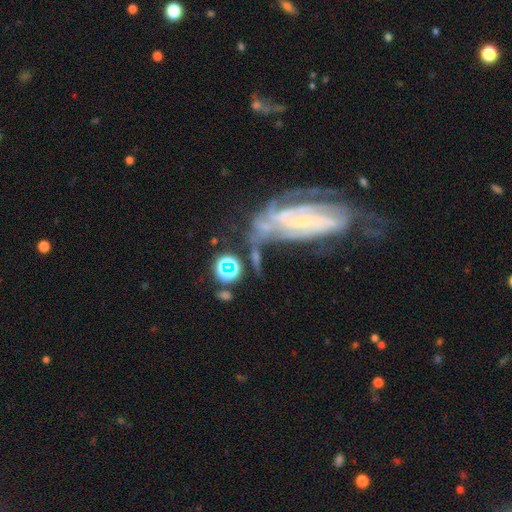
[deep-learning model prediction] Overall: featured or disk (63%). Edge-on disk: no (88%). Bar: no (45%; weak 34%). Spiral arms: yes (84%). Bulge size: small (52%; moderate 23%). Merging: none (41%; merger 25%).